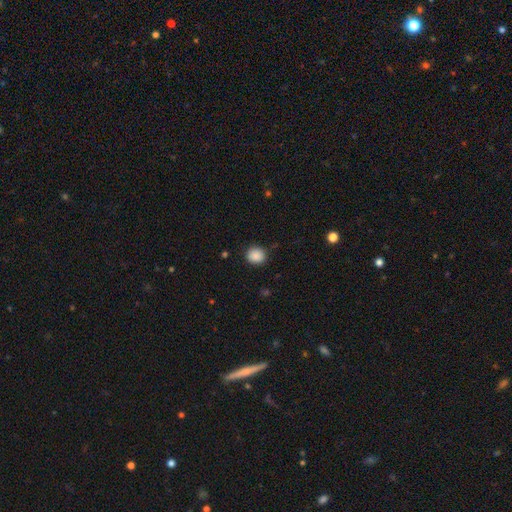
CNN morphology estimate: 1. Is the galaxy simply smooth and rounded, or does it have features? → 88% smooth, 9% star or artifact, 3% featured or disk.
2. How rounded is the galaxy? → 79% round, 20% in between, 1% cigar-shaped.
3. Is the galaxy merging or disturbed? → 86% none, 10% minor disturbance, 3% major disturbance, 1% merger.